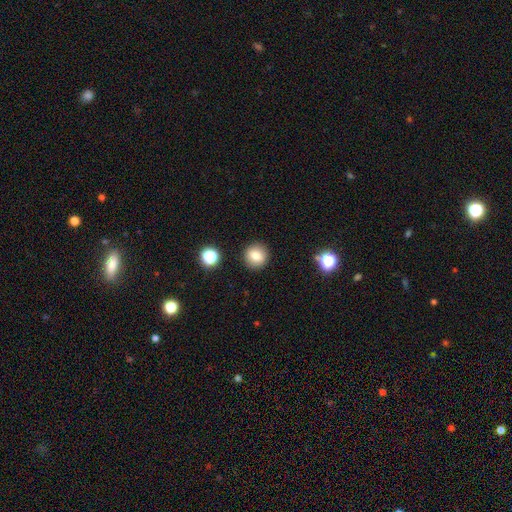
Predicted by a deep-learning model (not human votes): This is likely a smooth galaxy (79%). How rounded: clearly round (90%). Merging: clearly none (90%).